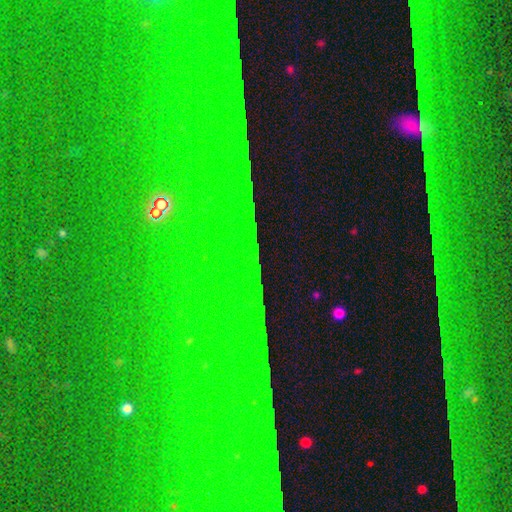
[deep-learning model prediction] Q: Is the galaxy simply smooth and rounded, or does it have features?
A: star or artifact — 84%.